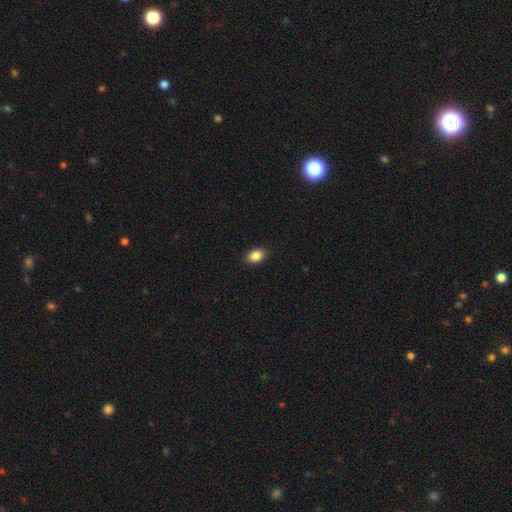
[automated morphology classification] Smooth or featured?
  - smooth: 87% *
  - star or artifact: 8%
  - featured or disk: 5%
How rounded?
  - in between: 85% *
  - round: 14%
  - cigar-shaped: 2%
Merging?
  - none: 90% *
  - minor disturbance: 8%
  - major disturbance: 2%
  - merger: 1%